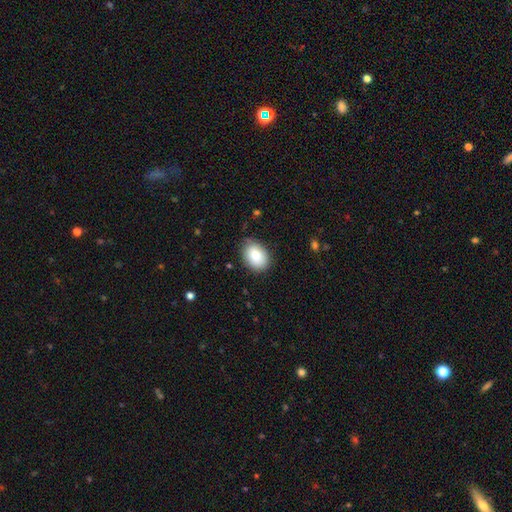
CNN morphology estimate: smooth_or_featured: smooth (p=0.84) [alt: featured or disk p=0.09]
how_rounded: in between (p=0.74) [alt: round p=0.25]
merging: none (p=0.80) [alt: minor disturbance p=0.16]